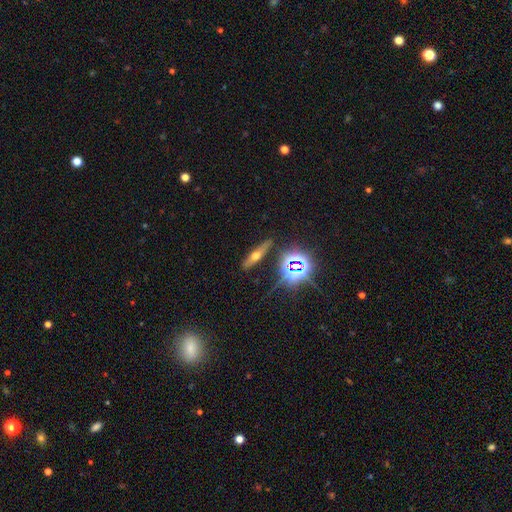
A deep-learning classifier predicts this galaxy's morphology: type=featured or disk (40%); merging=none (83%).